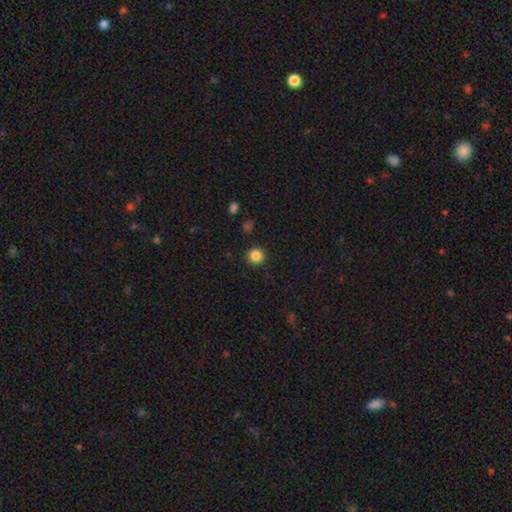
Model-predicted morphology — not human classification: Q: Smooth or featured?
A: smooth (85%); runner-up: star or artifact (11%)
Q: How rounded?
A: round (93%); runner-up: in between (6%)
Q: Merging?
A: none (91%); runner-up: minor disturbance (6%)